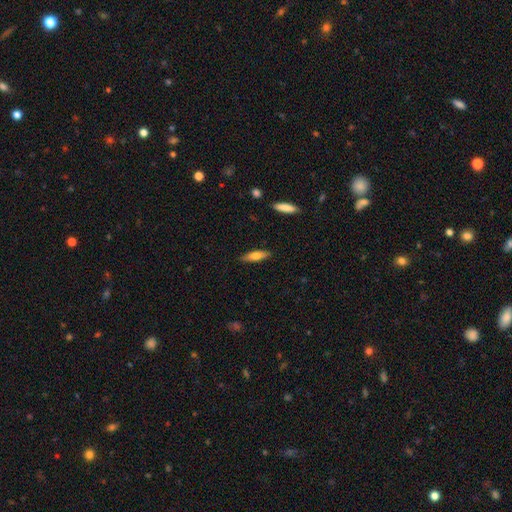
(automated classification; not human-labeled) Smooth or featured? smooth (70%)
How rounded? cigar-shaped (66%)
Merging? none (87%)